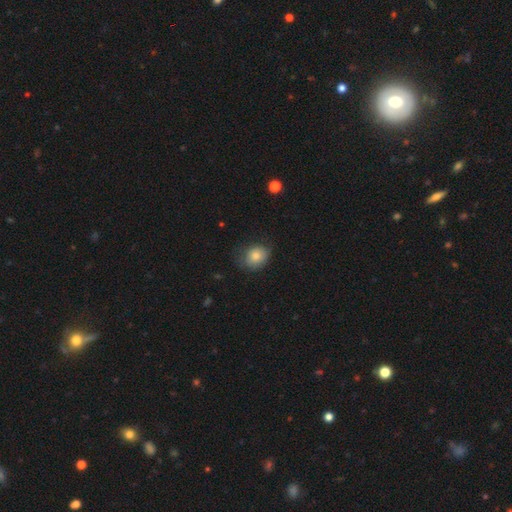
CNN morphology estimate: This appears to be a smooth galaxy with no disk features (79%) that is round (53%). Merging: none (64%).